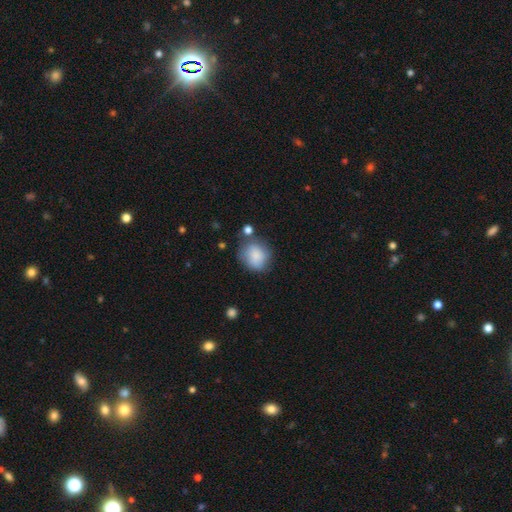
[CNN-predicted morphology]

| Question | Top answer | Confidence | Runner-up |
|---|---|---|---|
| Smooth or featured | smooth | 84% | featured or disk (9%) |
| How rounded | round | 68% | in between (31%) |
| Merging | none | 60% | minor disturbance (24%) |